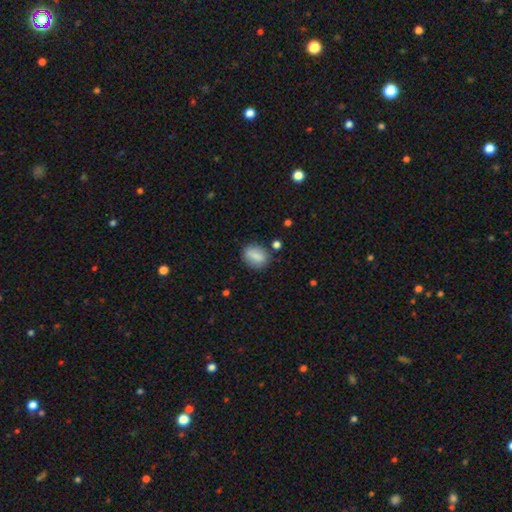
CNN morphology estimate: type=smooth (80%); roundness=in between (63%); merging=none (79%).